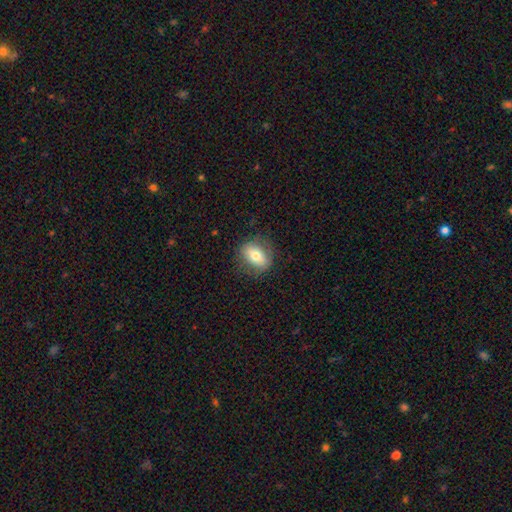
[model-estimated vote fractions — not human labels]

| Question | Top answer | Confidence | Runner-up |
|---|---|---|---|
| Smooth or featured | smooth | 69% | featured or disk (23%) |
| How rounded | in between | 68% | round (30%) |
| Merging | none | 78% | minor disturbance (16%) |